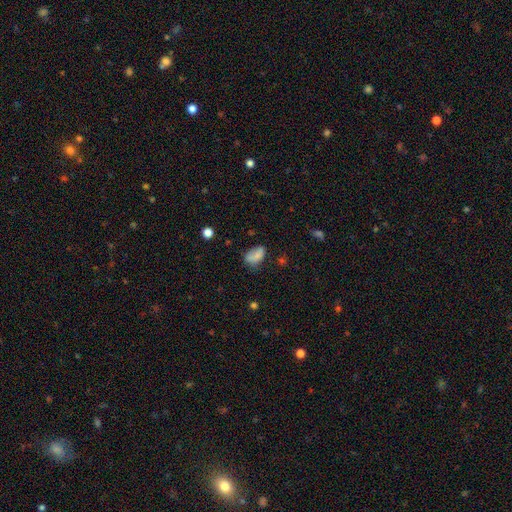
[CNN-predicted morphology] smooth_or_featured: smooth (p=0.75) [alt: featured or disk p=0.15]
how_rounded: in between (p=0.89) [alt: round p=0.09]
merging: none (p=0.48) [alt: minor disturbance p=0.32]